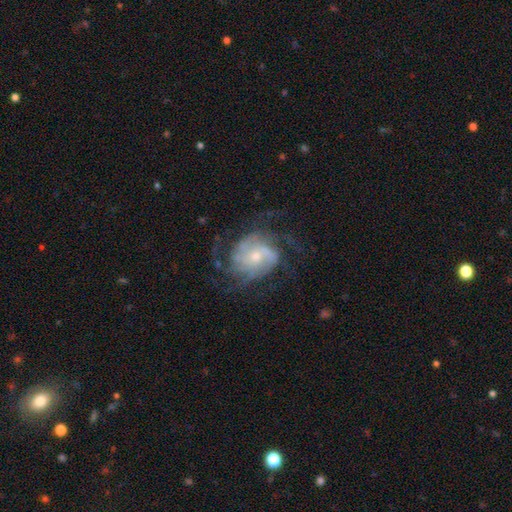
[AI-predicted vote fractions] featured or disk 82%, smooth 11%, star or artifact 7%. Down the decision tree: edge-on disk — no (97%); bar — no (64%); spiral arms — yes (91%); spiral arm count — can't tell (34%); spiral winding — tight (43%); bulge size — small (55%); merging — none (60%).